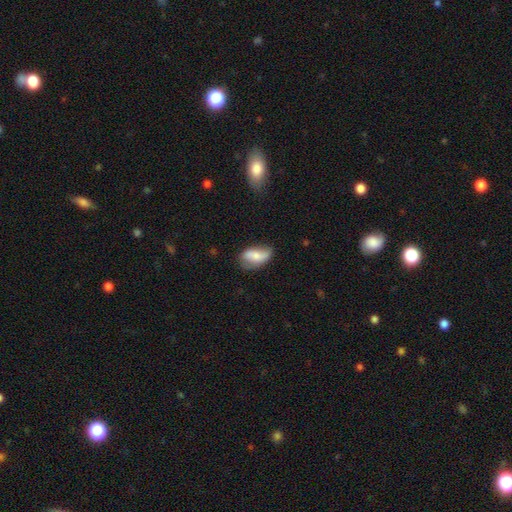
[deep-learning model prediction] smooth-or-featured: smooth: 58% | featured or disk: 35% | star or artifact: 7%
  how-rounded: in between: 90% | round: 6% | cigar-shaped: 4%
  merging: none: 59% | minor disturbance: 30% | major disturbance: 9% | merger: 2%